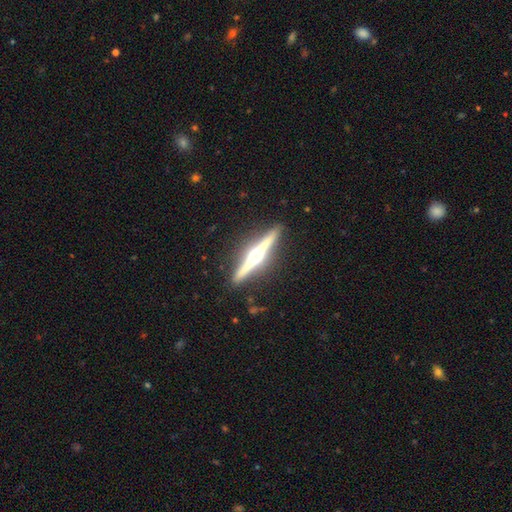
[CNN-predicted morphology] smooth_or_featured: featured or disk (p=0.83) [alt: smooth p=0.12]
disk_edge_on: yes (p=0.98) [alt: no p=0.02]
edge_on_bulge: rounded (p=0.95) [alt: boxy p=0.03]
merging: none (p=0.91) [alt: minor disturbance p=0.06]